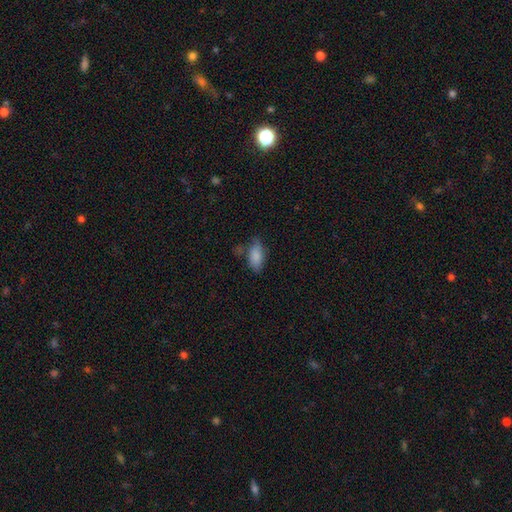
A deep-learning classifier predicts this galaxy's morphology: This appears to be a smooth galaxy with no disk features (85%) that is in between round and cigar-shaped (89%). Merging: none (55%).